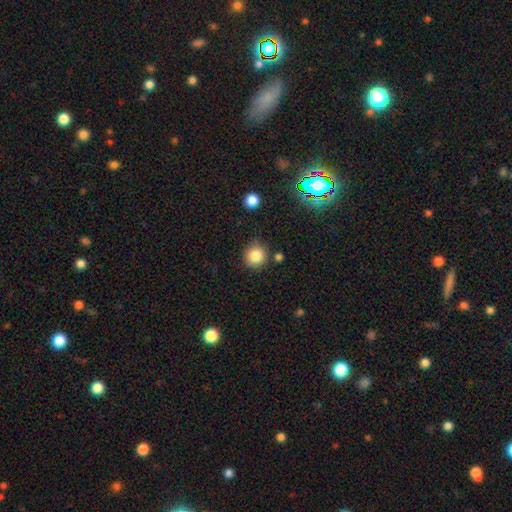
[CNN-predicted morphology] This is clearly a smooth galaxy (84%). How rounded: clearly round (92%). Merging: clearly none (82%).